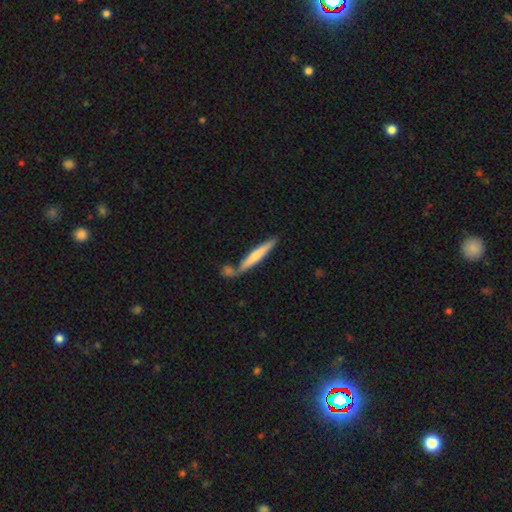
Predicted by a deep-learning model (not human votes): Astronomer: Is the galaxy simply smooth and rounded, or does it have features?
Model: smooth — 58% (runner-up: featured or disk, 37%).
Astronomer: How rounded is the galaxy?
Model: cigar-shaped — 92%.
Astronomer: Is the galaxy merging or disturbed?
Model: none — 58%.